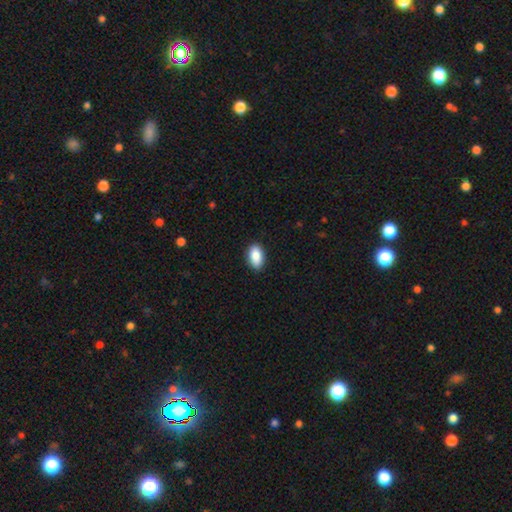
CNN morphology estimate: smooth_or_featured: smooth (p=0.88) [alt: star or artifact p=0.07]
how_rounded: in between (p=0.92) [alt: round p=0.05]
merging: none (p=0.90) [alt: minor disturbance p=0.08]